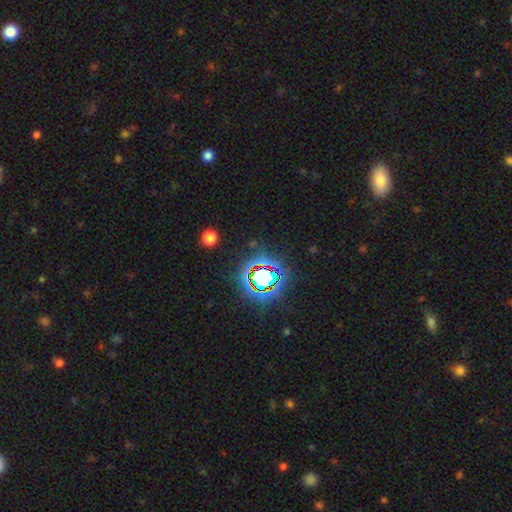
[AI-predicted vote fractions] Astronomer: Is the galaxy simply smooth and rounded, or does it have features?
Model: star or artifact — 79%.